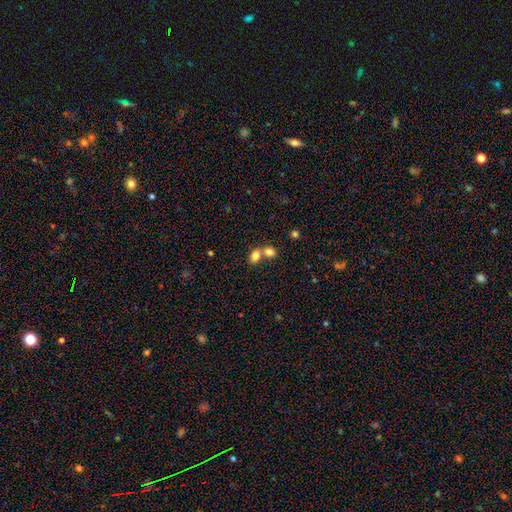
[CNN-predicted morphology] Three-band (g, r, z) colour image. It shows a smooth galaxy with no disk features (80%) that is in between round and cigar-shaped (69%). Merging: merger (60%).